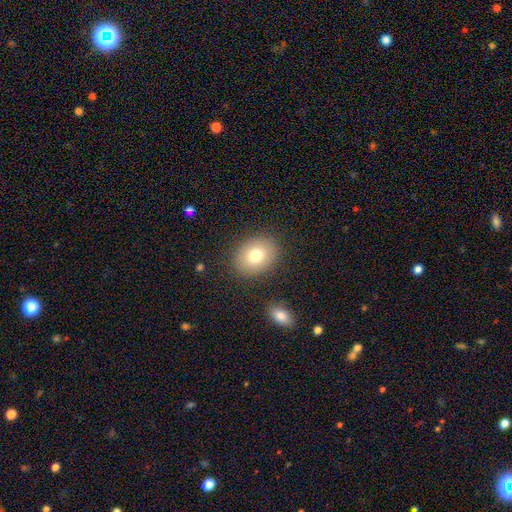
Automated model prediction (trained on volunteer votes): smooth_or_featured: smooth (p=0.77) [alt: featured or disk p=0.13]
how_rounded: in between (p=0.53) [alt: round p=0.46]
merging: none (p=0.86) [alt: minor disturbance p=0.09]